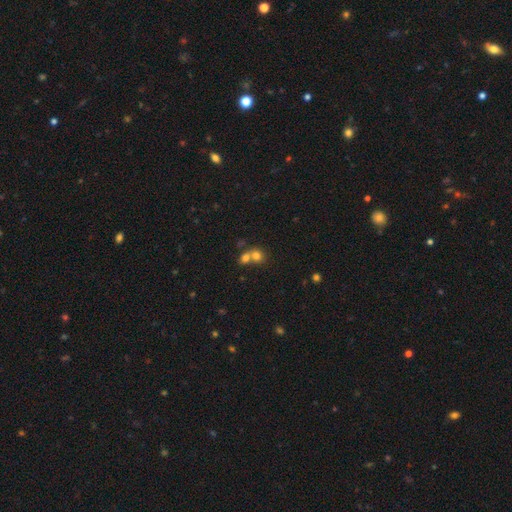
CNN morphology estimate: type=smooth (74%); roundness=round (73%); merging=merger (61%).